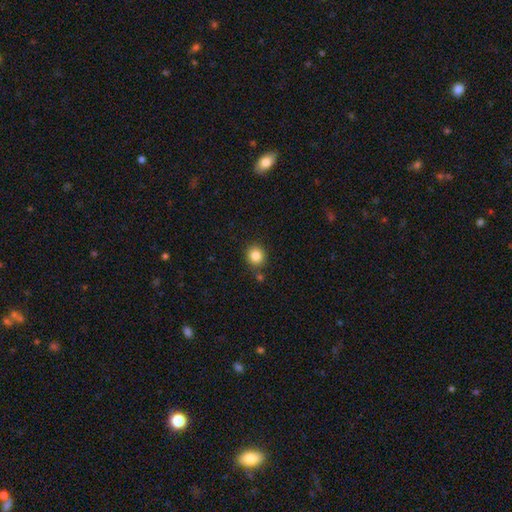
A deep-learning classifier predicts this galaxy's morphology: This appears to be a smooth galaxy with no disk features (85%) that is round (84%). Merging: none (82%).